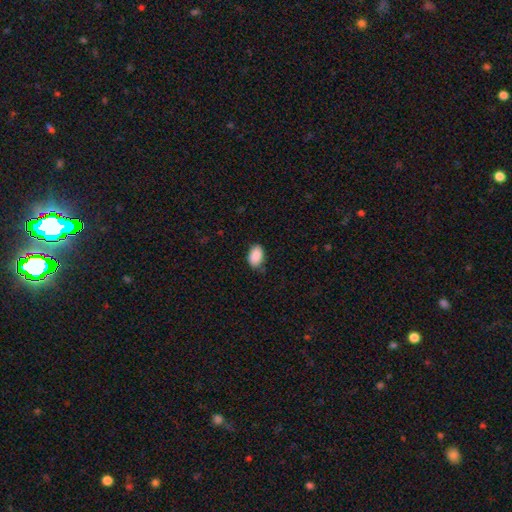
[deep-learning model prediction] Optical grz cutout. It shows a smooth galaxy with no disk features (89%) that is in between round and cigar-shaped (90%). Merging: none (78%).